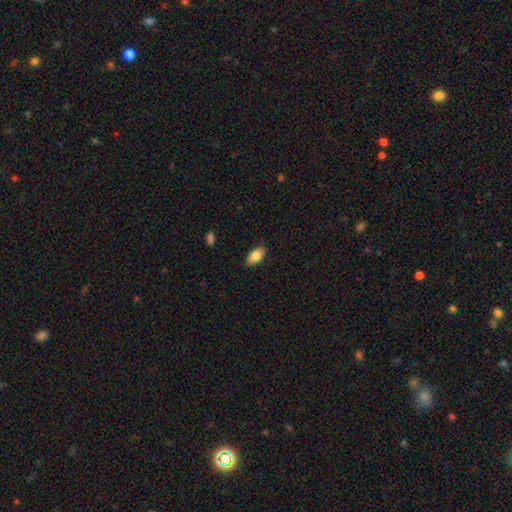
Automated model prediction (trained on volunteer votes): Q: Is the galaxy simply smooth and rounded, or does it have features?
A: smooth — 83%.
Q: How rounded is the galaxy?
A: in between — 92%.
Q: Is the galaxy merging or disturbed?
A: none — 86%.